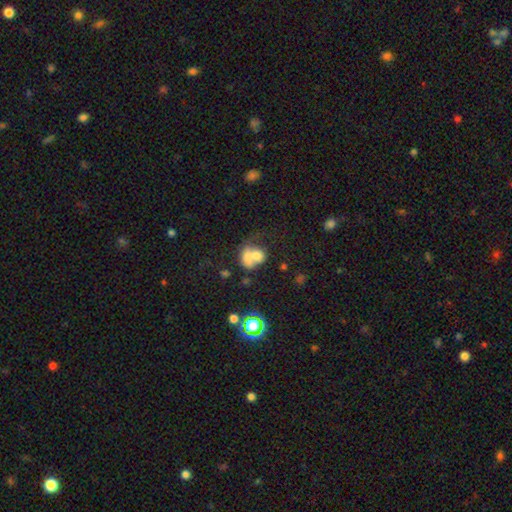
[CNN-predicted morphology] Smooth or featured: smooth — 65% (featured or disk — 23%)
How rounded: in between — 51% (round — 48%)
Merging: merger — 67% (none — 17%)